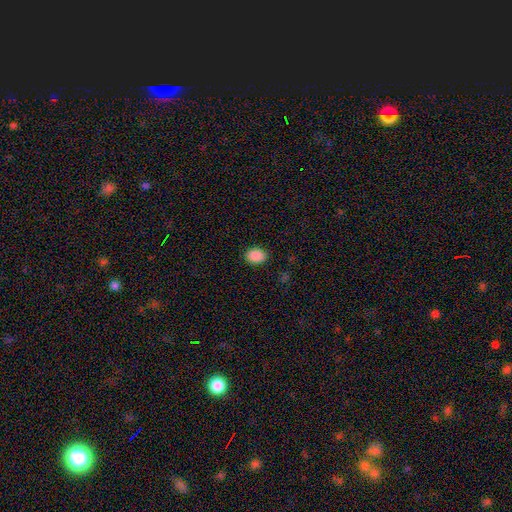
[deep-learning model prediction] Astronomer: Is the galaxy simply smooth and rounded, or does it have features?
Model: smooth — 89%.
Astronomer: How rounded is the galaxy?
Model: in between — 69%.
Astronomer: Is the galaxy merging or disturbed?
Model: none — 89%.